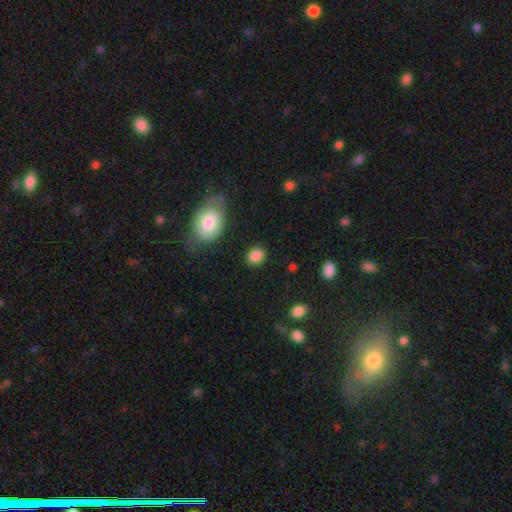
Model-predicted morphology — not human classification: smooth 86%, star or artifact 9%, featured or disk 5%. Down the decision tree: how rounded — in between (51%); merging — none (84%).